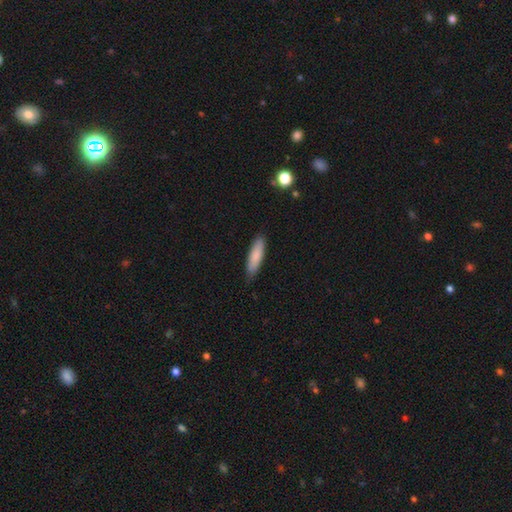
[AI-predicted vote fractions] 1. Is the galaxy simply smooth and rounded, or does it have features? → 84% smooth, 11% featured or disk, 6% star or artifact.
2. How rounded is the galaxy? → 66% cigar-shaped, 33% in between, 1% round.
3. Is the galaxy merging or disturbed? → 84% none, 13% minor disturbance, 2% major disturbance, 1% merger.